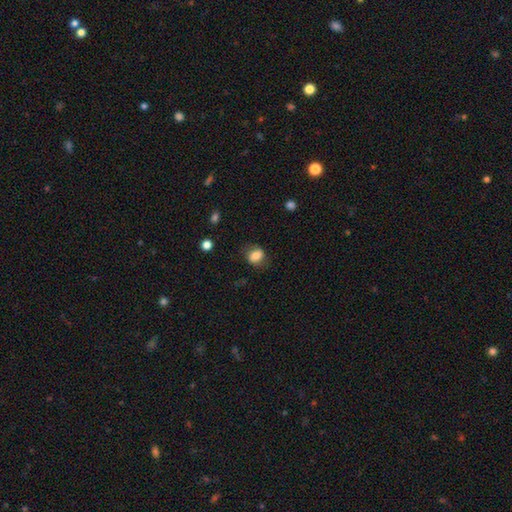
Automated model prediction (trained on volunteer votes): Smooth or featured? Predicted: smooth (p=0.77). How rounded? Predicted: round (p=0.52). Merging? Predicted: none (p=0.73).